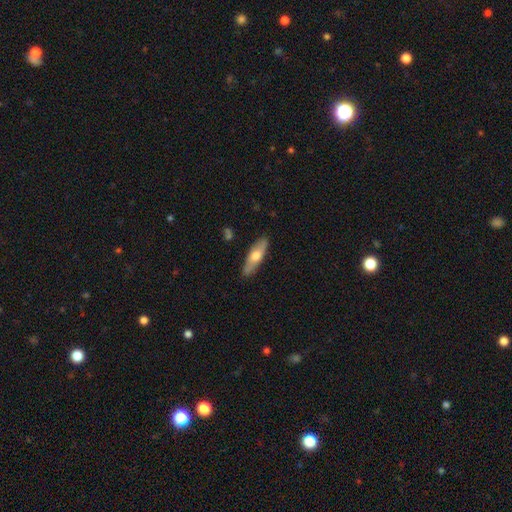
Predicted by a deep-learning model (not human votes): The model was most divided on "how rounded": cigar-shaped: 50%, in between: 48%, round: 2%. More confident: merging — none (87%); smooth or featured — smooth (58%).